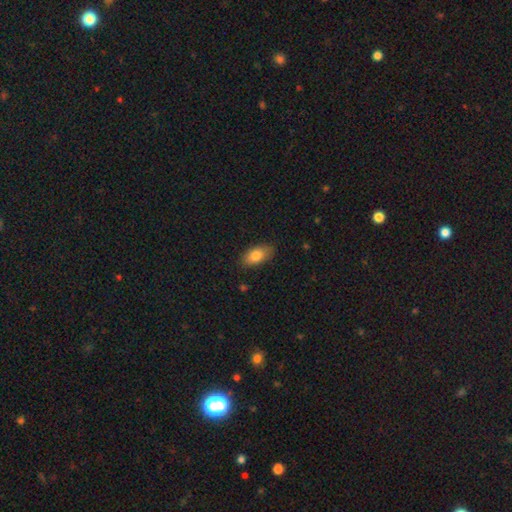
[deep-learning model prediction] smooth-or-featured: smooth: 81% | featured or disk: 12% | star or artifact: 7%
  how-rounded: in between: 90% | cigar-shaped: 5% | round: 5%
  merging: none: 83% | minor disturbance: 13% | major disturbance: 3% | merger: 1%